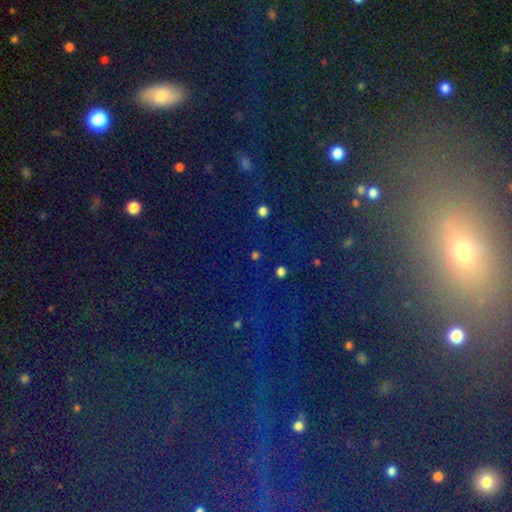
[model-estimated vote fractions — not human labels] Smooth or featured? star or artifact (71%)